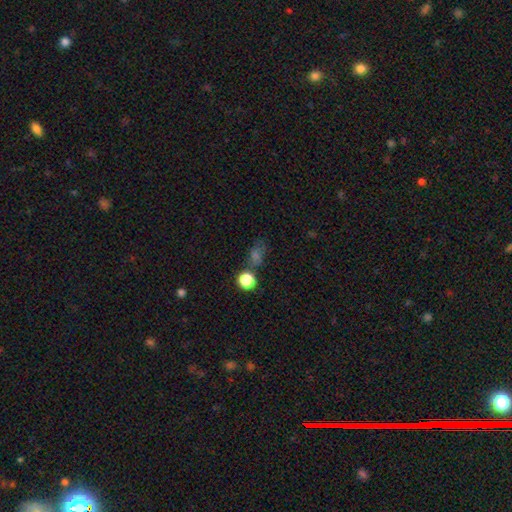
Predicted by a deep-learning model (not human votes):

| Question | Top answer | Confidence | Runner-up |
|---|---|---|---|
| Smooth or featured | smooth | 49% | star or artifact (38%) |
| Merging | none | 65% | minor disturbance (15%) |